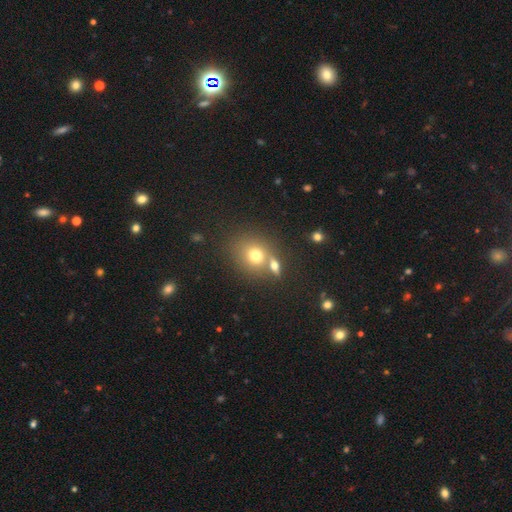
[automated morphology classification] Overall: smooth (72%). How rounded: round (74%). Merging: none (53%; merger 33%).